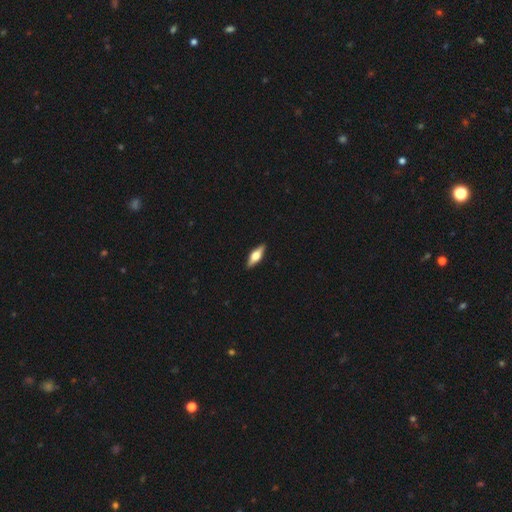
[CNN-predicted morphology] Smooth or featured?
  - featured or disk: 54% *
  - smooth: 40%
  - star or artifact: 6%
Edge-on disk?
  - yes: 94% *
  - no: 6%
Edge-on bulge?
  - rounded: 93% *
  - boxy: 6%
  - none: 2%
Merging?
  - none: 90% *
  - minor disturbance: 7%
  - major disturbance: 1%
  - merger: 1%